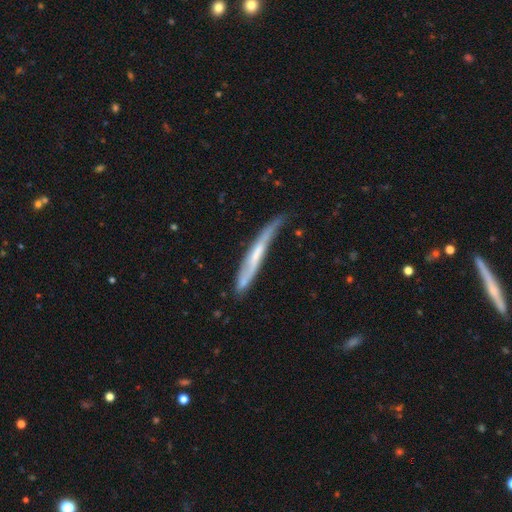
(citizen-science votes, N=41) Smooth or featured? featured or disk (51%)
Edge-on disk? yes (76%)
Edge-on bulge? none (75%)
Merging? minor disturbance (41%)